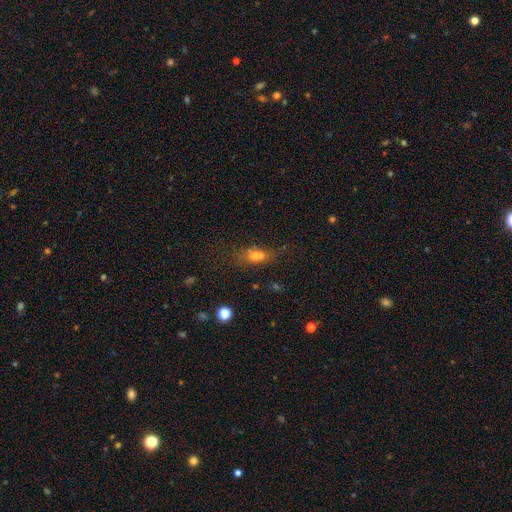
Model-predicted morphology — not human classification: smooth 59%, star or artifact 21%, featured or disk 20%. Down the decision tree: how rounded — in between (62%); merging — none (45%).